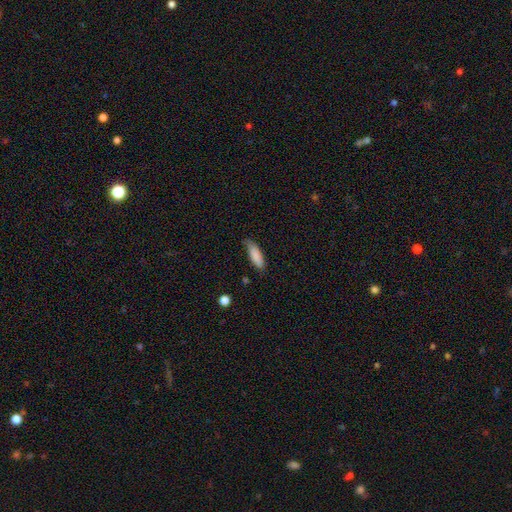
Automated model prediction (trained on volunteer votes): Morphology: type=smooth (85%); roundness=in between (57%); merging=none (64%).